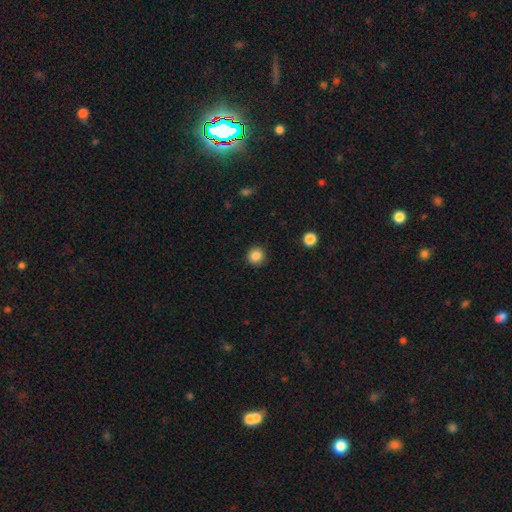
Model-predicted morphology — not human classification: Q: Smooth or featured?
A: smooth (86%); runner-up: star or artifact (11%)
Q: How rounded?
A: round (92%); runner-up: in between (7%)
Q: Merging?
A: none (90%); runner-up: minor disturbance (6%)